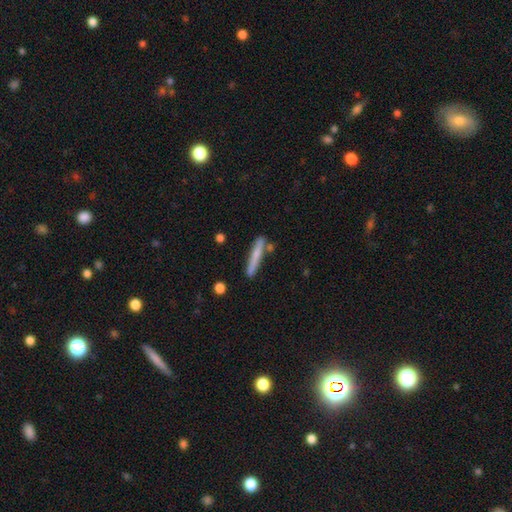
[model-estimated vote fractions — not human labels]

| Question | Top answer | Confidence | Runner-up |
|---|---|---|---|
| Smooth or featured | smooth | 59% | featured or disk (35%) |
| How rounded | cigar-shaped | 94% | in between (4%) |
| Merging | none | 79% | minor disturbance (13%) |